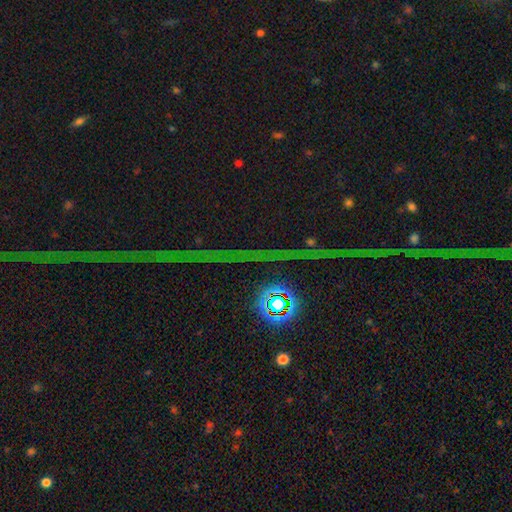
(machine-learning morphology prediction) A star or artifact, not a galaxy (83%).